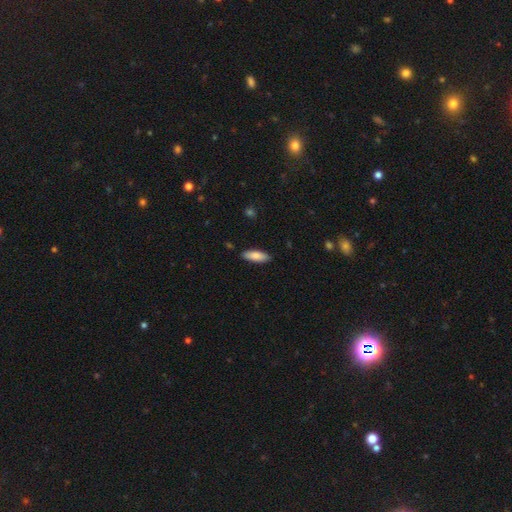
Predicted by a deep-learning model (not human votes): This is clearly a smooth galaxy (83%). How rounded: likely in between (67%). Merging: clearly none (89%).